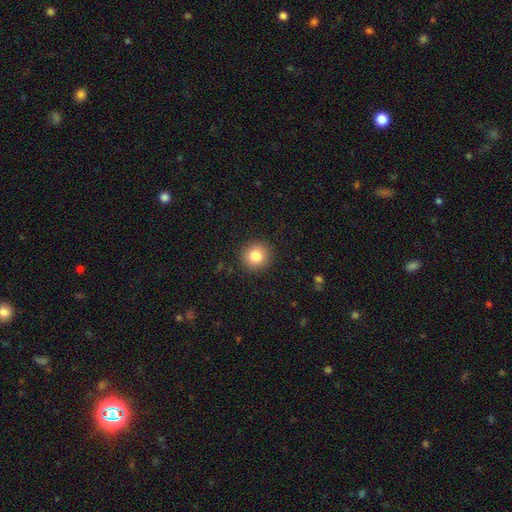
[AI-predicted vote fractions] Morphology: type=smooth (82%); roundness=round (94%); merging=none (92%).